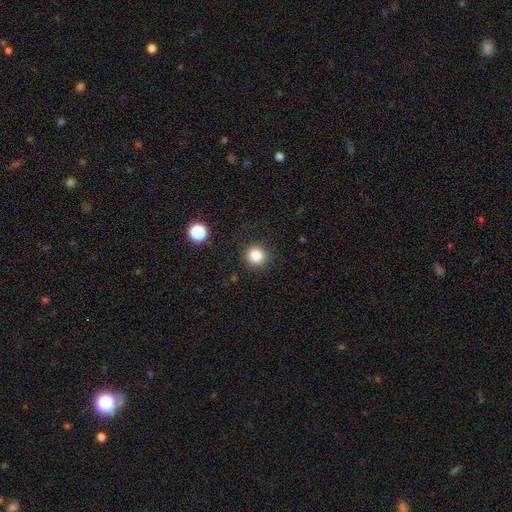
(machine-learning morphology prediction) Smooth or featured?
  - smooth: 83% *
  - star or artifact: 12%
  - featured or disk: 4%
How rounded?
  - round: 89% *
  - in between: 10%
  - cigar-shaped: 1%
Merging?
  - none: 89% *
  - minor disturbance: 7%
  - major disturbance: 3%
  - merger: 1%